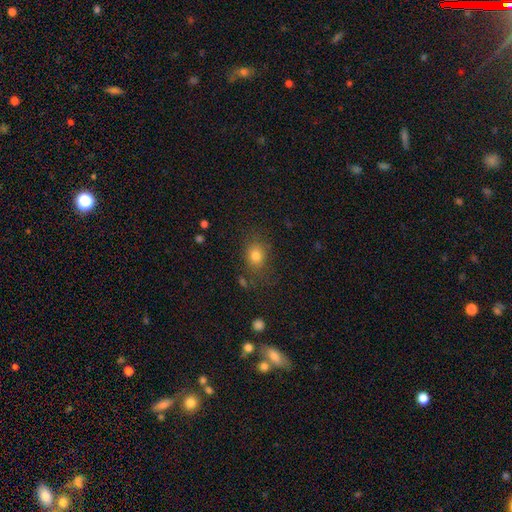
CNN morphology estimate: Smooth or featured: smooth — 79% (star or artifact — 13%)
How rounded: round — 53% (in between — 46%)
Merging: none — 74% (minor disturbance — 16%)